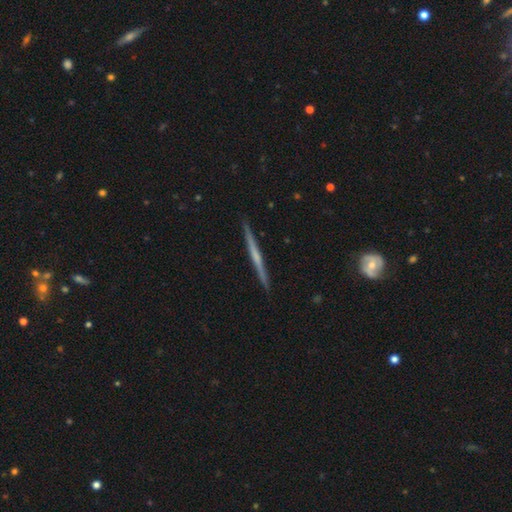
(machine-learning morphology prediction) A featured or disk galaxy (66%) viewed edge-on (98%) with no central bulge (63%). Merging: none (92%).